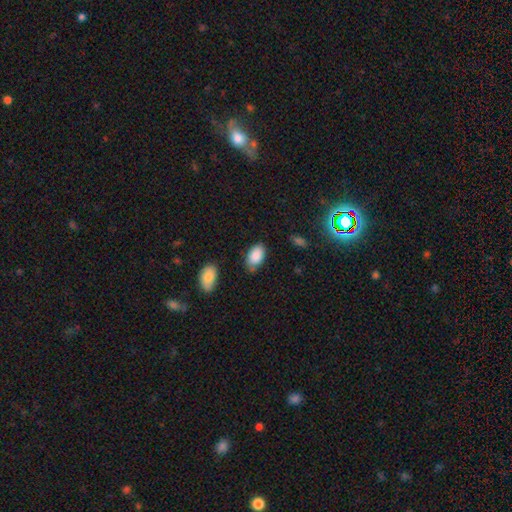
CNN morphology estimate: Smooth or featured? smooth (87%)
How rounded? in between (93%)
Merging? none (67%)